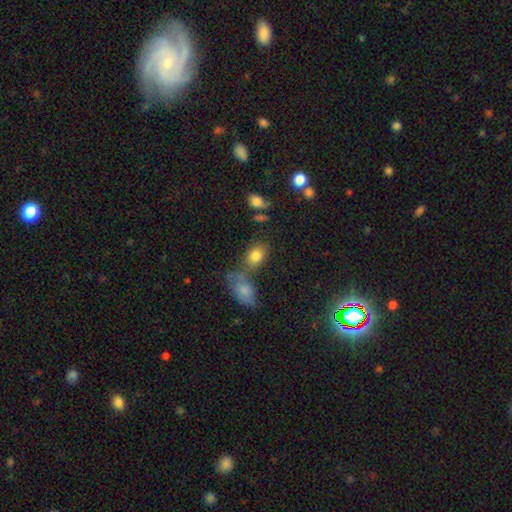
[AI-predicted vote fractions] smooth_or_featured: smooth (p=0.81) [alt: star or artifact p=0.10]
how_rounded: in between (p=0.74) [alt: round p=0.24]
merging: none (p=0.55) [alt: merger p=0.25]